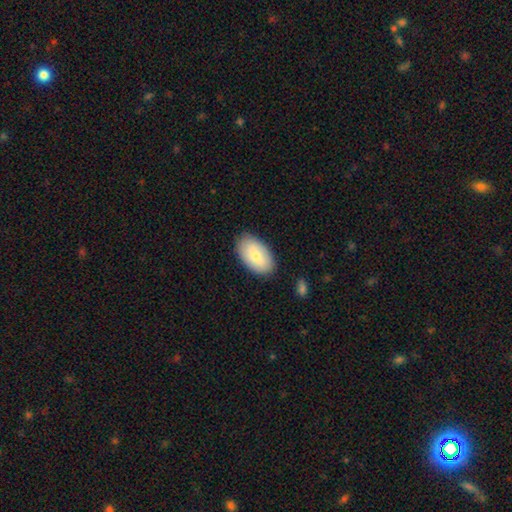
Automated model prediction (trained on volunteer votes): Smooth or featured: smooth — 76% (featured or disk — 18%)
How rounded: in between — 95% (round — 4%)
Merging: none — 85% (minor disturbance — 11%)